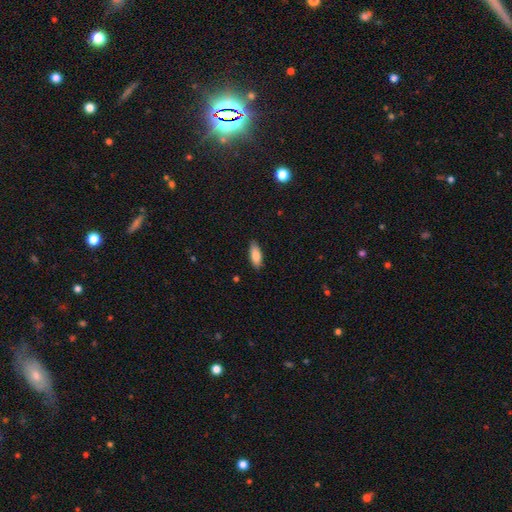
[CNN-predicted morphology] A smooth galaxy with no disk features (83%) that is in between round and cigar-shaped (74%). Merging: none (87%).